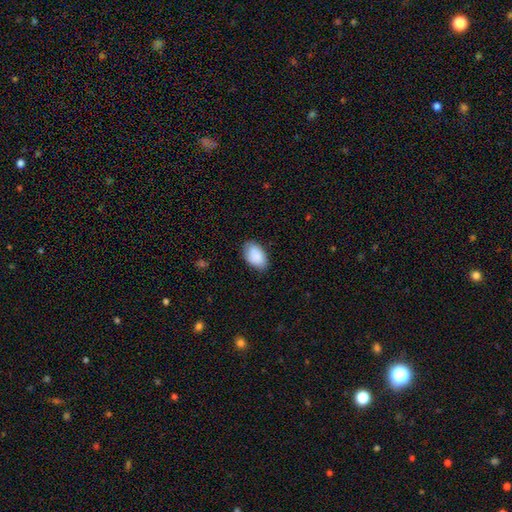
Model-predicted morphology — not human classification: Overall: smooth (90%). How rounded: in between (92%). Merging: none (79%).